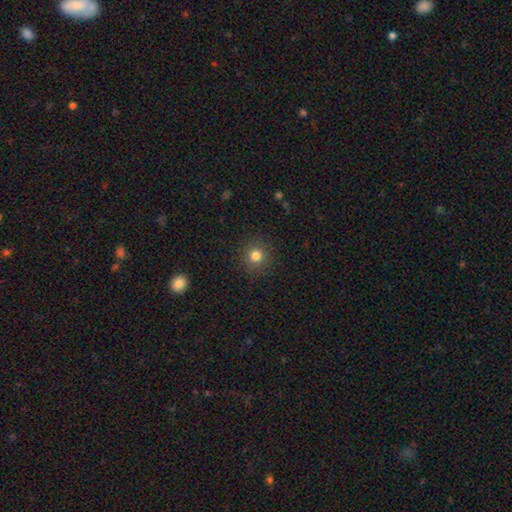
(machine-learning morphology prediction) A smooth galaxy with no disk features (81%) that is round (92%). Merging: none (90%).